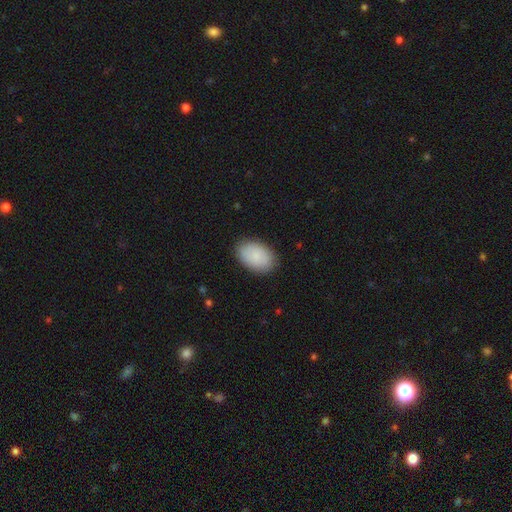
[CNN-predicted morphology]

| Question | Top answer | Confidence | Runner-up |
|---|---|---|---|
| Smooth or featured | smooth | 87% | featured or disk (7%) |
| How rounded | in between | 91% | round (8%) |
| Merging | none | 87% | minor disturbance (10%) |